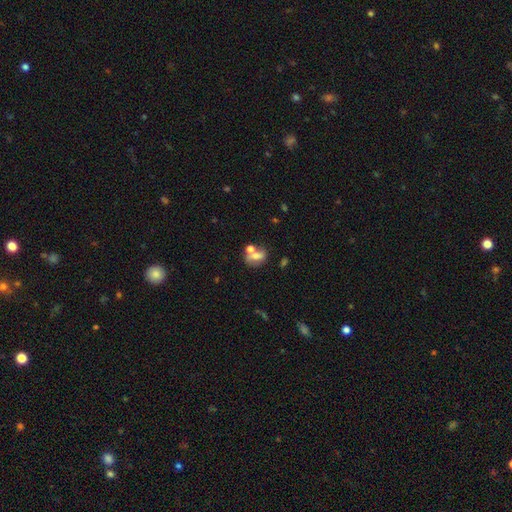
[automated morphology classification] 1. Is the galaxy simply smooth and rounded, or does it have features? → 59% smooth, 29% featured or disk, 12% star or artifact.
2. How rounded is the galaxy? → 63% in between, 33% round, 5% cigar-shaped.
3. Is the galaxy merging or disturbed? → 44% none, 35% merger, 14% minor disturbance, 7% major disturbance.